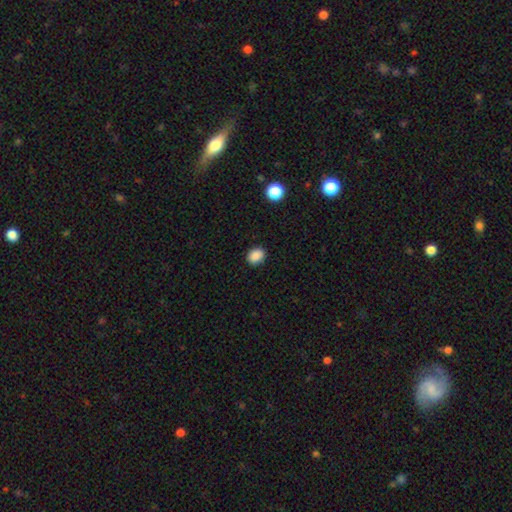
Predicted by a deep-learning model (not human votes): Q: Smooth or featured?
A: smooth (88%); runner-up: star or artifact (10%)
Q: How rounded?
A: in between (59%); runner-up: round (40%)
Q: Merging?
A: none (87%); runner-up: minor disturbance (9%)